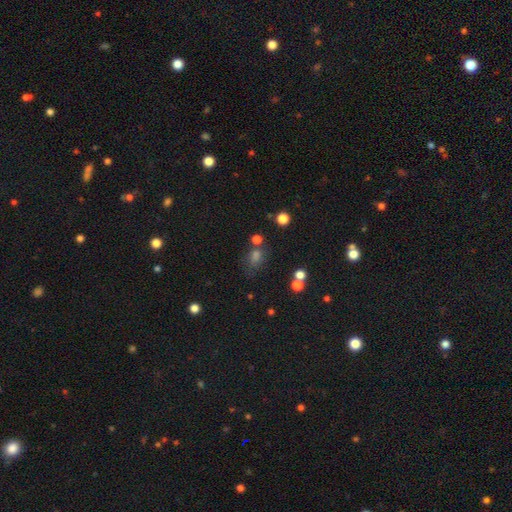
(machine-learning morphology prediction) type=smooth (61%); roundness=in between (56%); merging=none (62%).